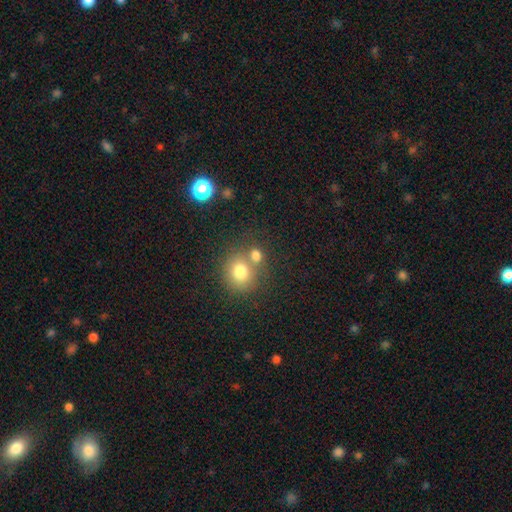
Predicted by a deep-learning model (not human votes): smooth_or_featured: smooth (p=0.76) [alt: star or artifact p=0.14]
how_rounded: round (p=0.74) [alt: in between p=0.25]
merging: none (p=0.49) [alt: merger p=0.38]